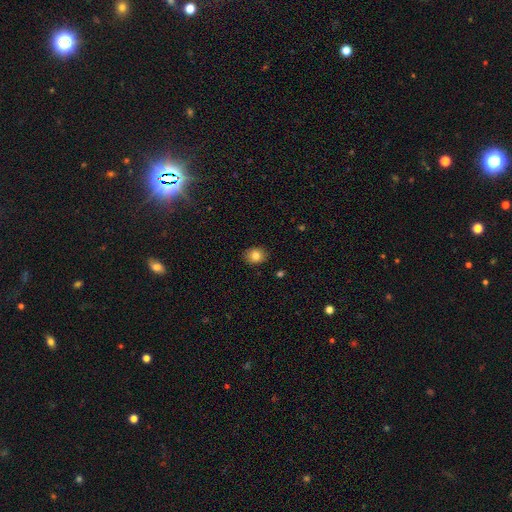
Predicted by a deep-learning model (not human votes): smooth_or_featured: smooth (p=0.82) [alt: star or artifact p=0.10]
how_rounded: round (p=0.50) [alt: in between p=0.49]
merging: none (p=0.88) [alt: minor disturbance p=0.09]